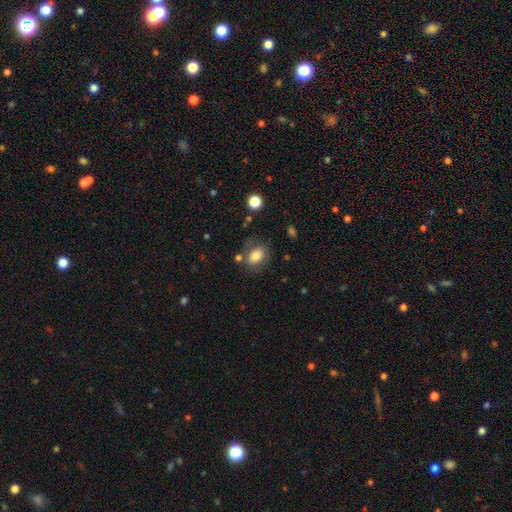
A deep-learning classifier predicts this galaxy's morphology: smooth-or-featured: smooth: 79% | featured or disk: 12% | star or artifact: 9%
  how-rounded: in between: 72% | round: 27% | cigar-shaped: 1%
  merging: none: 71% | minor disturbance: 16% | major disturbance: 7% | merger: 6%